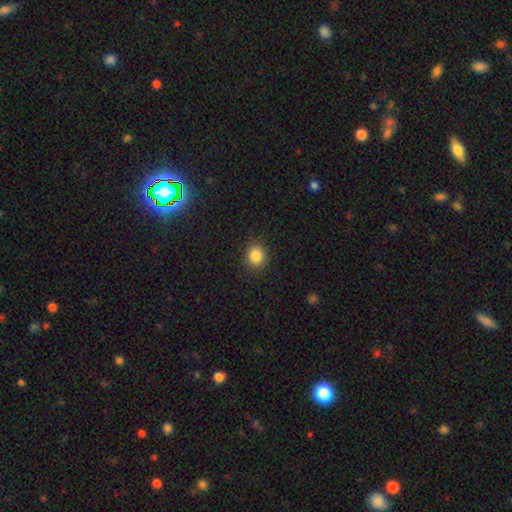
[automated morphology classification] type=smooth (86%); roundness=round (75%); merging=none (89%).